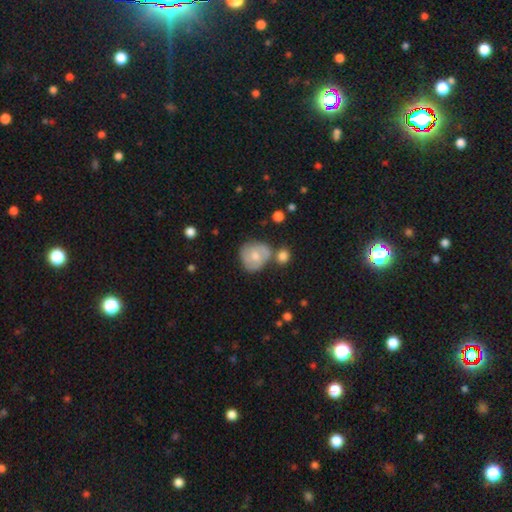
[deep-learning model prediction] A smooth galaxy with no disk features (50%) that is round (76%).

Vote fractions:
- Smooth or featured? smooth: 50% / featured or disk: 43% / star or artifact: 7%
- How rounded? round: 76% / in between: 23% / cigar-shaped: 1%
- Merging? none: 53% / minor disturbance: 21% / merger: 20% / major disturbance: 7%